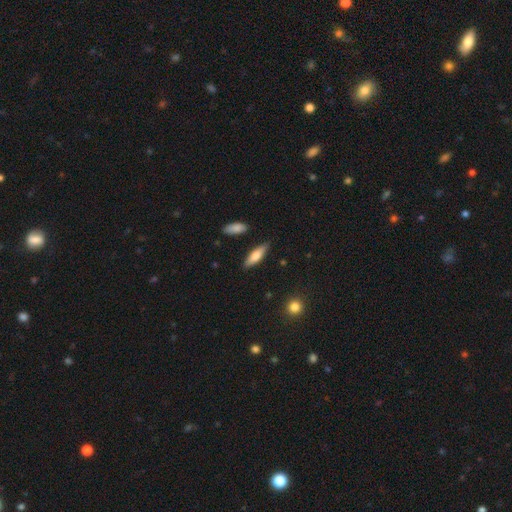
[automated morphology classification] This is likely a smooth galaxy (73%). How rounded: possibly cigar-shaped (51%). Merging: clearly none (83%).